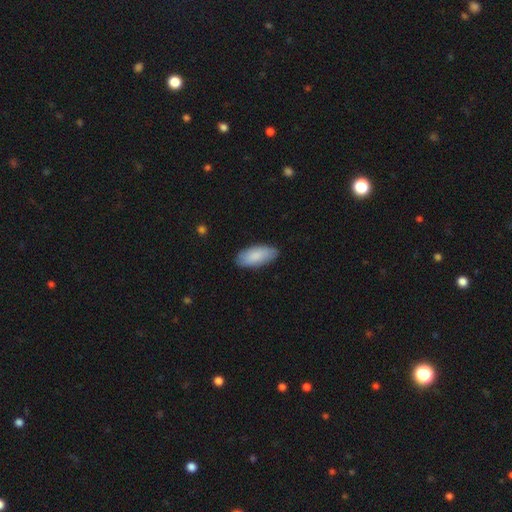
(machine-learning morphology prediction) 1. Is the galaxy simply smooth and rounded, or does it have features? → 86% smooth, 9% featured or disk, 5% star or artifact.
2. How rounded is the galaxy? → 88% in between, 11% cigar-shaped, 2% round.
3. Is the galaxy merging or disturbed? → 85% none, 12% minor disturbance, 2% major disturbance, 1% merger.